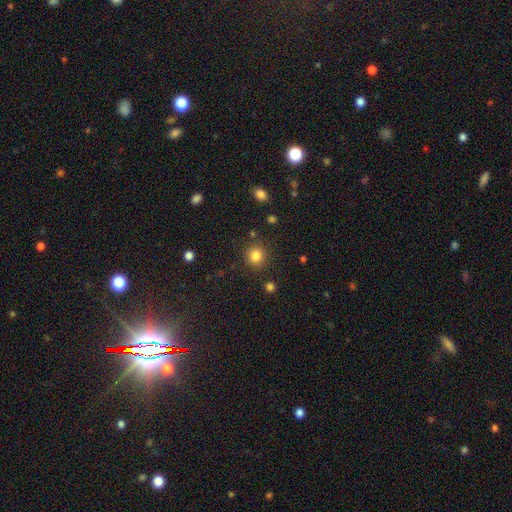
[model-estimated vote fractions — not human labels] Smooth or featured? Predicted: smooth (p=0.83). How rounded? Predicted: round (p=0.88). Merging? Predicted: none (p=0.86).